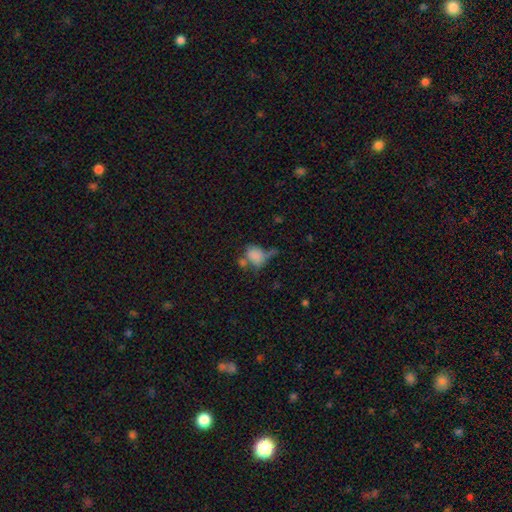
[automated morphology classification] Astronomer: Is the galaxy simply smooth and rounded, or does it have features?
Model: smooth — 74%.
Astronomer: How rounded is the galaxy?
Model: in between — 58% (runner-up: round, 40%).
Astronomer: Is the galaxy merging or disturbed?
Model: none — 29%, tied with merger at 29%.